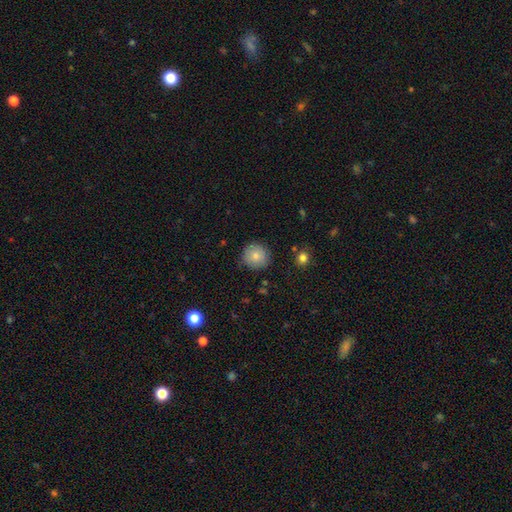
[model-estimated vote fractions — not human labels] Smooth or featured? Predicted: smooth (p=0.79). How rounded? Predicted: round (p=0.92). Merging? Predicted: none (p=0.84).